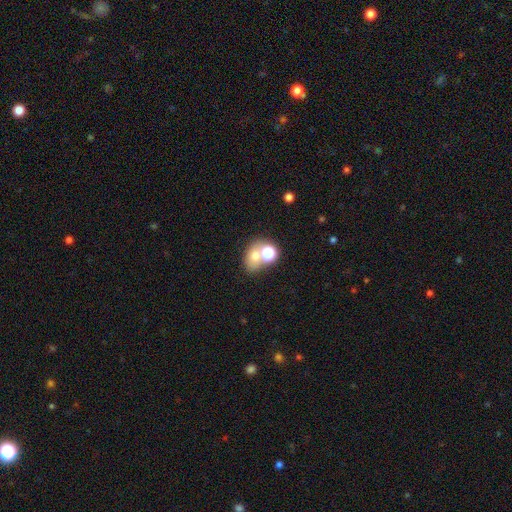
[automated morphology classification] smooth 65%, star or artifact 18%, featured or disk 17%. Down the decision tree: how rounded — in between (53%); merging — merger (44%).